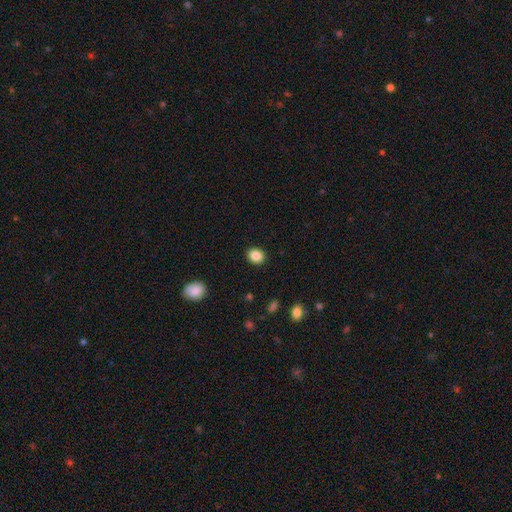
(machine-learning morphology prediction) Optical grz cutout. It shows a smooth galaxy with no disk features (87%) that is round (64%). Merging: none (90%).